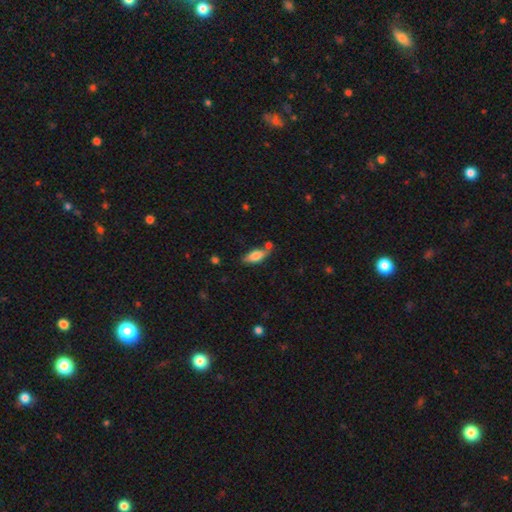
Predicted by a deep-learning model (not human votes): This is likely a smooth galaxy (74%). How rounded: likely in between (75%). Merging: likely none (67%).